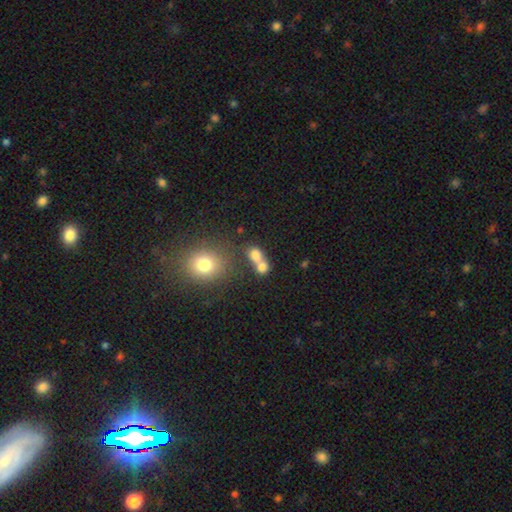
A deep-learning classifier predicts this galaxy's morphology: This is likely a smooth galaxy (72%). How rounded: possibly in between (50%). Merging: possibly merger (58%).